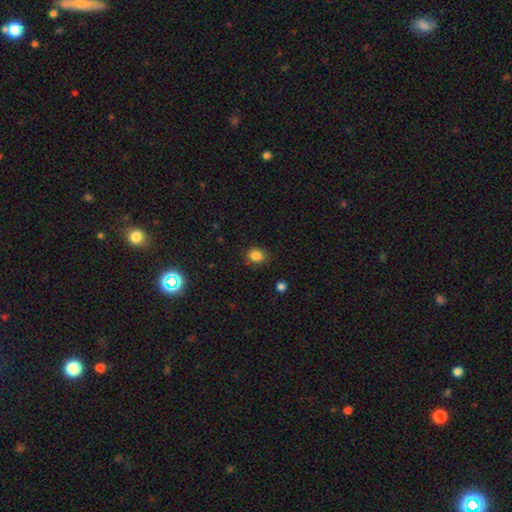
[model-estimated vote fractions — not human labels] smooth-or-featured: smooth: 84% | star or artifact: 12% | featured or disk: 4%
  how-rounded: round: 56% | in between: 43% | cigar-shaped: 1%
  merging: none: 80% | minor disturbance: 15% | major disturbance: 3% | merger: 2%